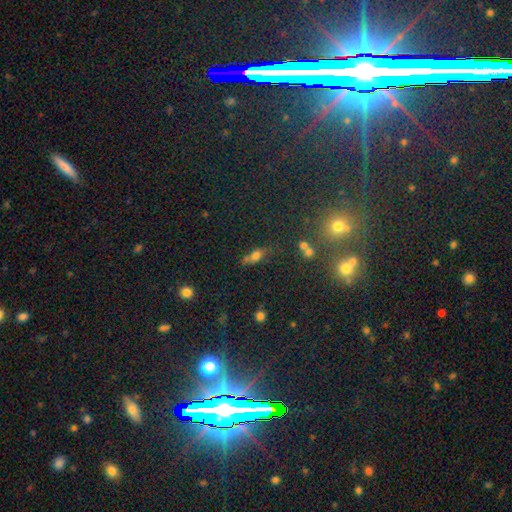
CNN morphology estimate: Smooth or featured? smooth (64%)
How rounded? in between (65%)
Merging? none (56%)